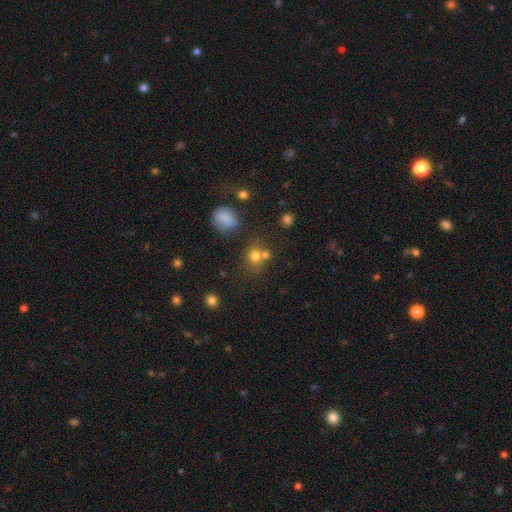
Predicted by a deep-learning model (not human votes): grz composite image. It shows a smooth galaxy with no disk features (69%) that is round (77%). Merging: none (54%).